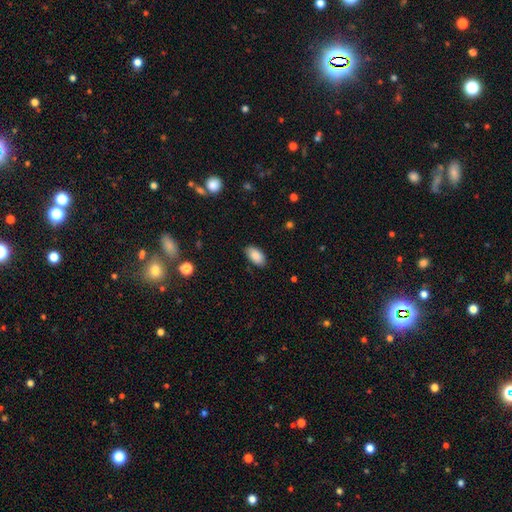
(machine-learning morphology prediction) smooth 88%, star or artifact 7%, featured or disk 5%. Down the decision tree: how rounded — in between (95%); merging — none (85%).